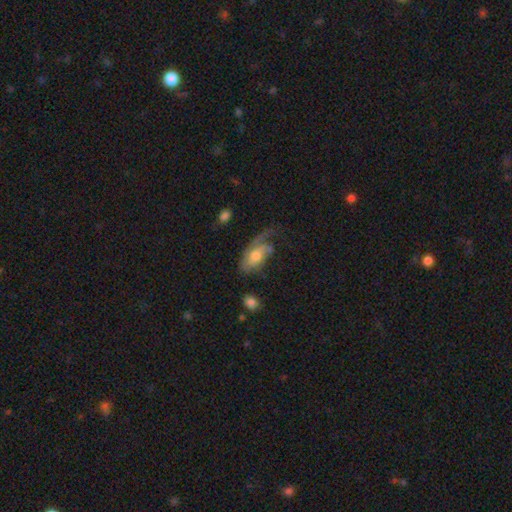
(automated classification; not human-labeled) This appears to be a featured or disk galaxy (58%) with no bar (70%), spiral arms (79%) and a moderate central bulge (61%). Merging: none (37%).